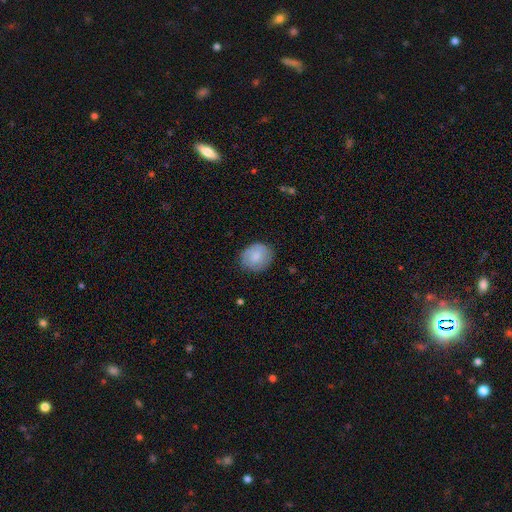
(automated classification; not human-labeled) Smooth or featured? Predicted: smooth (p=0.76). How rounded? Predicted: round (p=0.65). Merging? Predicted: none (p=0.79).